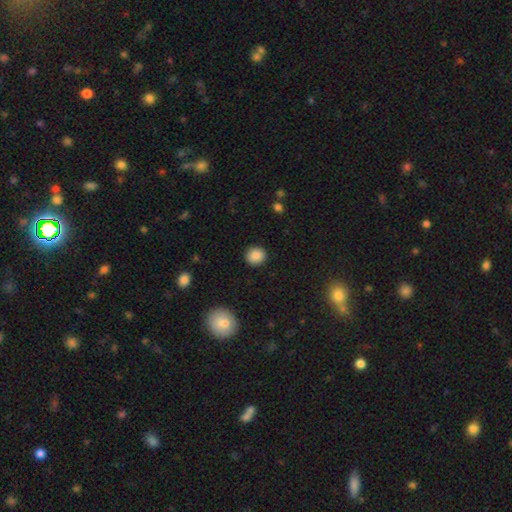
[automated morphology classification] type=smooth (87%); roundness=round (86%); merging=none (91%).